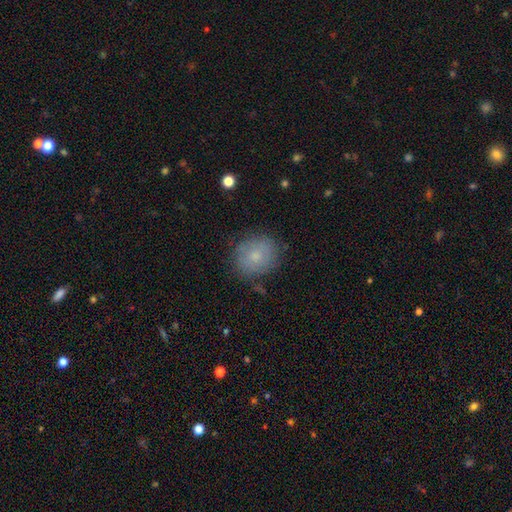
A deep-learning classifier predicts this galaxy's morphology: smooth 73%, featured or disk 18%, star or artifact 9%. Down the decision tree: how rounded — round (75%); merging — none (79%).